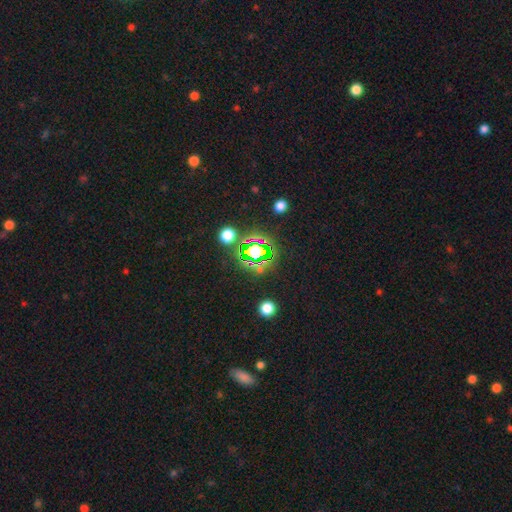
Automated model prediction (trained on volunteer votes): A star or artifact, not a galaxy (68%).

Vote fractions:
- Smooth or featured? star or artifact: 68% / smooth: 21% / featured or disk: 11%